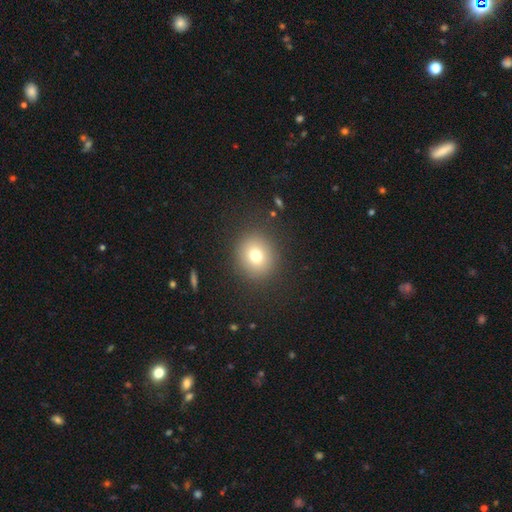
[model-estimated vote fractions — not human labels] Smooth or featured? Predicted: smooth (p=0.75). How rounded? Predicted: round (p=0.85). Merging? Predicted: none (p=0.88).